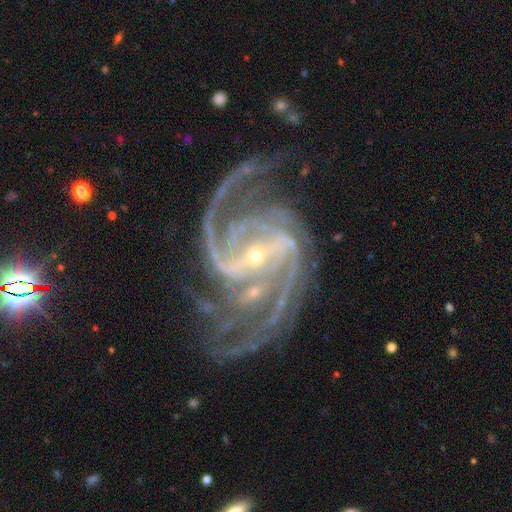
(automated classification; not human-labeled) Smooth or featured? featured or disk (94%)
Edge-on disk? no (98%)
Bar? strong (65%)
Spiral arms? yes (99%)
Spiral winding? medium (56%)
Spiral arm count? 2 (40%)
Bulge size? small (82%)
Merging? none (64%)